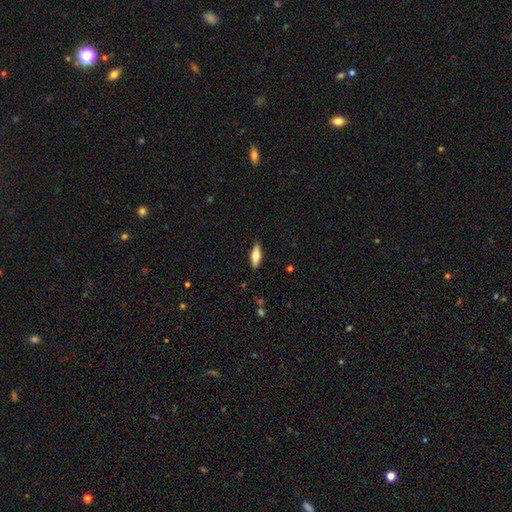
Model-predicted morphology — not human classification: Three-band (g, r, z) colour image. It shows a smooth galaxy with no disk features (61%) that is in between round and cigar-shaped (54%). Merging: none (88%).